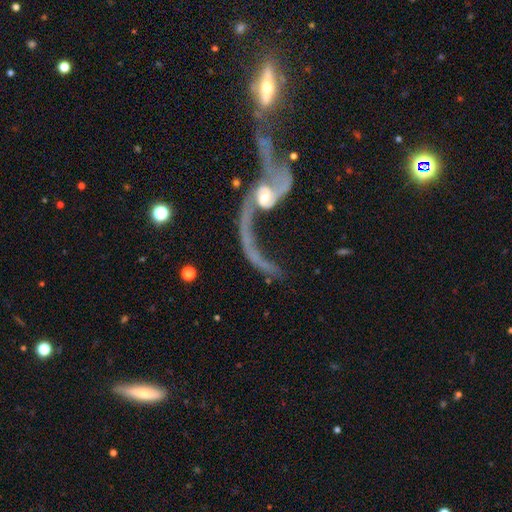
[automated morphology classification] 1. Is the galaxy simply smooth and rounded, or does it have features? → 82% featured or disk, 10% smooth, 9% star or artifact.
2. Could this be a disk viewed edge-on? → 92% no, 8% yes.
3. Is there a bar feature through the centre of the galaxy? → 58% no, 27% weak, 15% strong.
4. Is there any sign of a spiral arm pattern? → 83% yes, 17% no.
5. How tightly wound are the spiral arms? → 93% loose, 5% medium, 2% tight.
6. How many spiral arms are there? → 80% 2, 11% 1, 3% can't tell, 2% 3, 2% 4, 2% more than 4.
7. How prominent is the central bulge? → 46% small, 39% moderate, 7% none, 5% large, 2% dominant.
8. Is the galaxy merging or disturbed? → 34% major disturbance, 33% merger, 22% none, 11% minor disturbance.